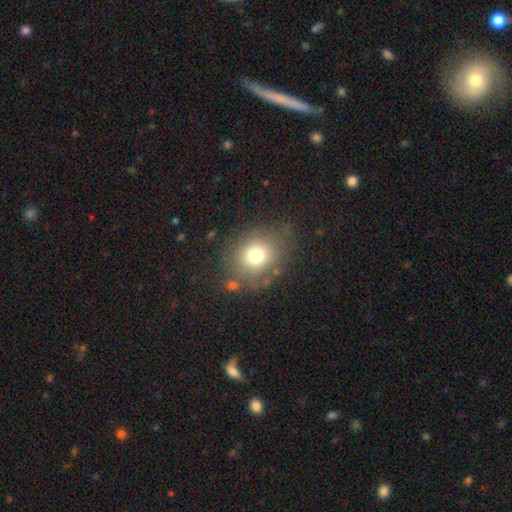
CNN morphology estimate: Smooth or featured? smooth (73%)
How rounded? round (75%)
Merging? none (74%)